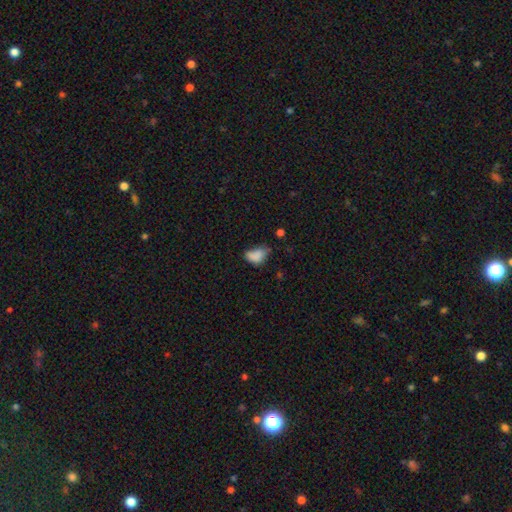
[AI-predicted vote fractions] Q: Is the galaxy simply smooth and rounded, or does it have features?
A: smooth — 81%.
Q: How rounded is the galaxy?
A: in between — 86%.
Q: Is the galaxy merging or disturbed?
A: minor disturbance — 42%.